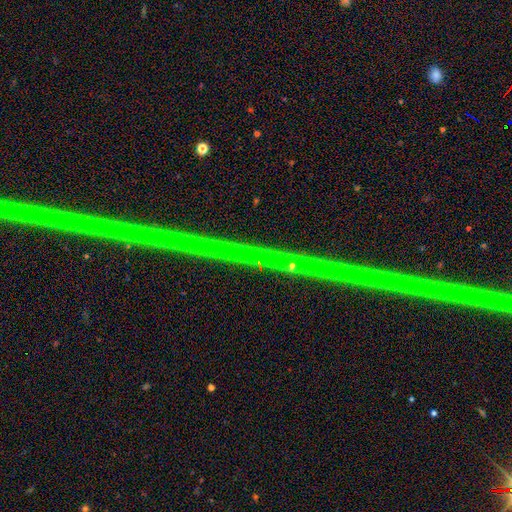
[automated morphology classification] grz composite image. It shows a star or artifact, not a galaxy (89%).